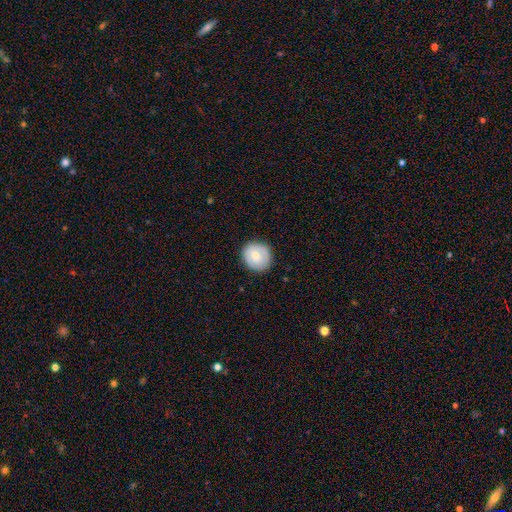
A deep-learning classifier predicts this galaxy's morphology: A smooth galaxy with no disk features (71%) that is round (85%).

Vote fractions:
- Smooth or featured? smooth: 71% / featured or disk: 22% / star or artifact: 7%
- How rounded? round: 85% / in between: 14% / cigar-shaped: 1%
- Merging? none: 84% / minor disturbance: 13% / major disturbance: 3% / merger: 1%